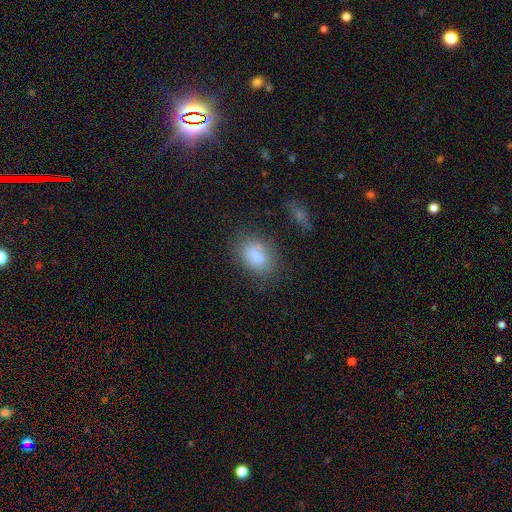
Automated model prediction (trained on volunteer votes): Morphology: type=smooth (83%); roundness=in between (80%); merging=none (69%).